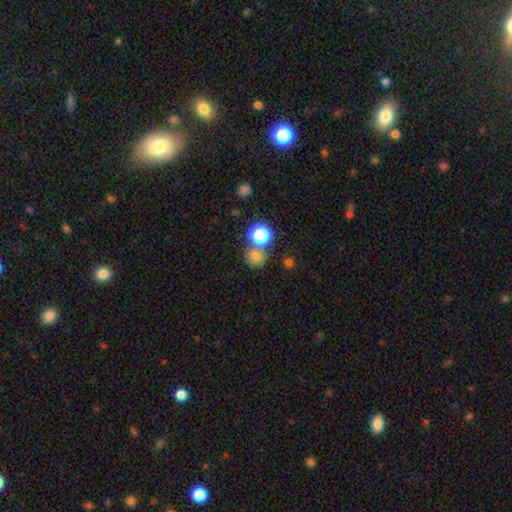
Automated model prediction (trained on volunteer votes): Smooth or featured? smooth (67%)
How rounded? round (77%)
Merging? none (61%)